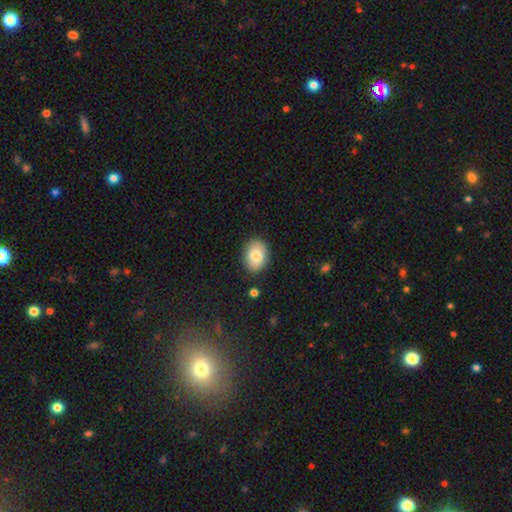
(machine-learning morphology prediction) Smooth or featured? Predicted: smooth (p=0.79). How rounded? Predicted: in between (p=0.73). Merging? Predicted: none (p=0.85).